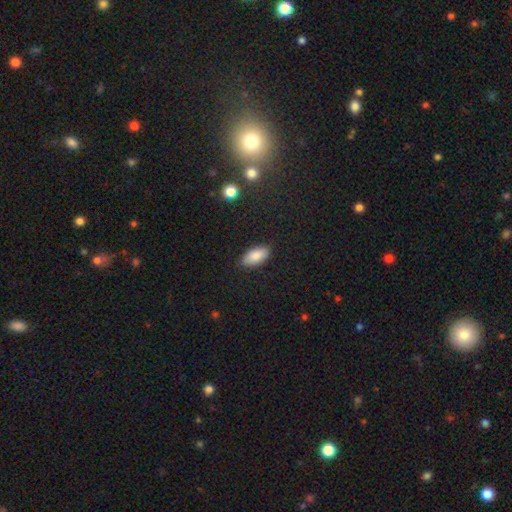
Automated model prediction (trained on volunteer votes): smooth_or_featured: smooth (p=0.86) [alt: star or artifact p=0.07]
how_rounded: in between (p=0.93) [alt: cigar-shaped p=0.05]
merging: none (p=0.87) [alt: minor disturbance p=0.10]